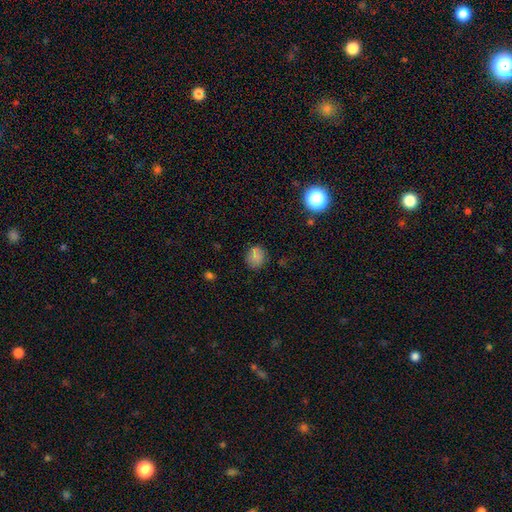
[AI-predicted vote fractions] smooth-or-featured: smooth: 77% | star or artifact: 15% | featured or disk: 8%
  how-rounded: round: 78% | in between: 21% | cigar-shaped: 1%
  merging: none: 75% | minor disturbance: 14% | merger: 7% | major disturbance: 4%